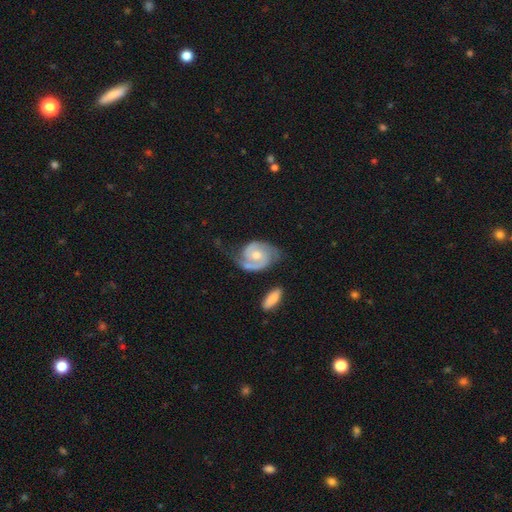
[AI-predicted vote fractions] featured or disk 86%, smooth 10%, star or artifact 5%. Down the decision tree: edge-on disk — no (97%); bar — no (59%); spiral arms — yes (97%); spiral arm count — 2 (85%); spiral winding — medium (47%); bulge size — moderate (61%); merging — none (59%).